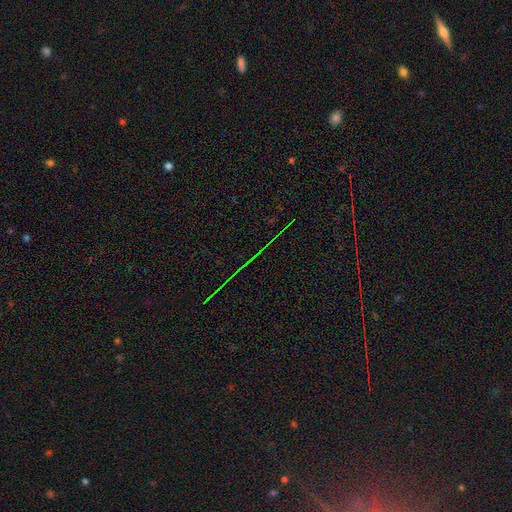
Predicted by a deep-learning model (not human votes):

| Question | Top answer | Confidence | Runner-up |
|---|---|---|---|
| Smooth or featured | star or artifact | 83% | featured or disk (9%) |